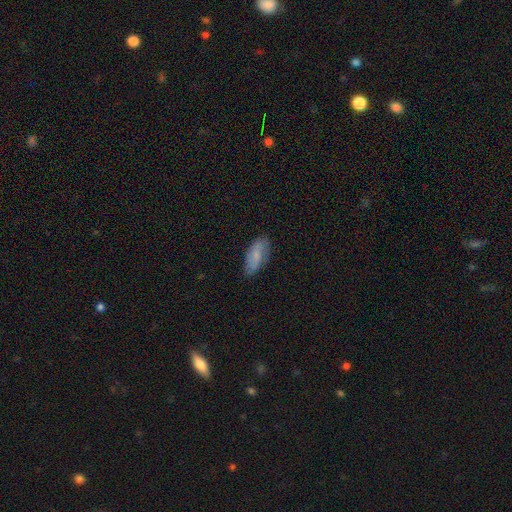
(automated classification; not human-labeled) Overall: smooth (65%; featured or disk 28%). How rounded: in between (87%). Merging: none (74%).